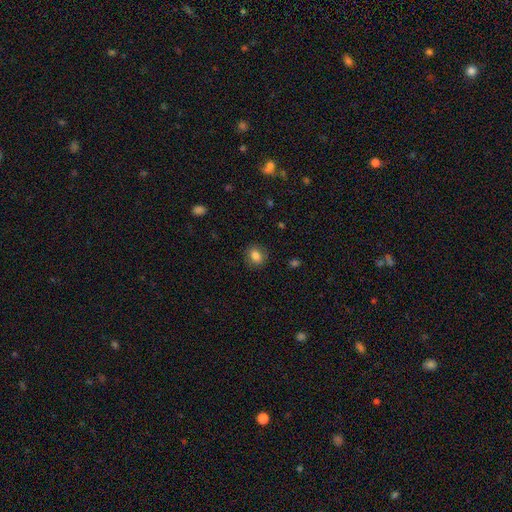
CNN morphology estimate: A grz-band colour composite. It shows a smooth galaxy with no disk features (83%) that is round (63%). Merging: none (87%).